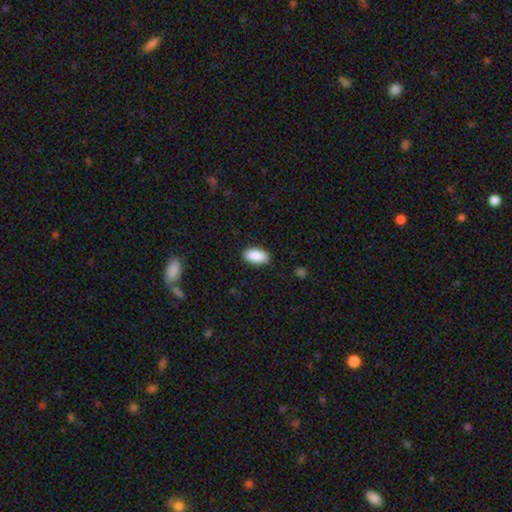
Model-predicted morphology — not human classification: A smooth galaxy with no disk features (90%) that is in between round and cigar-shaped (94%). Merging: none (88%).